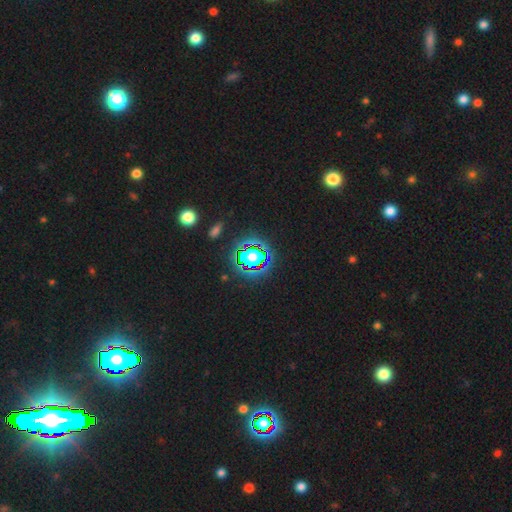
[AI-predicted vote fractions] The model was most divided on "smooth or featured": star or artifact: 81%, smooth: 12%, featured or disk: 8%.